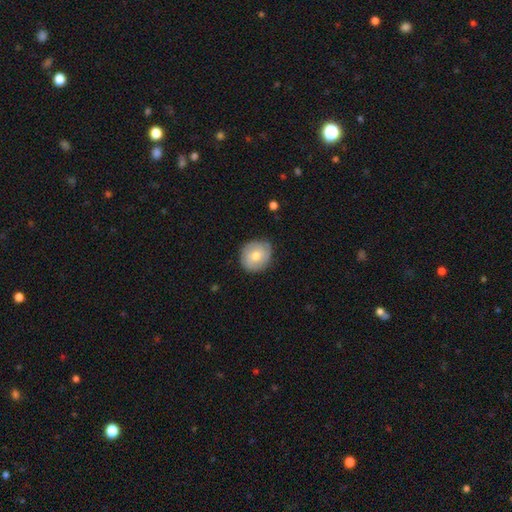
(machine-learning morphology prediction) A smooth galaxy with no disk features (63%) that is round (76%).

Vote fractions:
- Smooth or featured? smooth: 63% / featured or disk: 30% / star or artifact: 7%
- How rounded? round: 76% / in between: 23% / cigar-shaped: 1%
- Merging? none: 78% / minor disturbance: 17% / major disturbance: 3% / merger: 1%